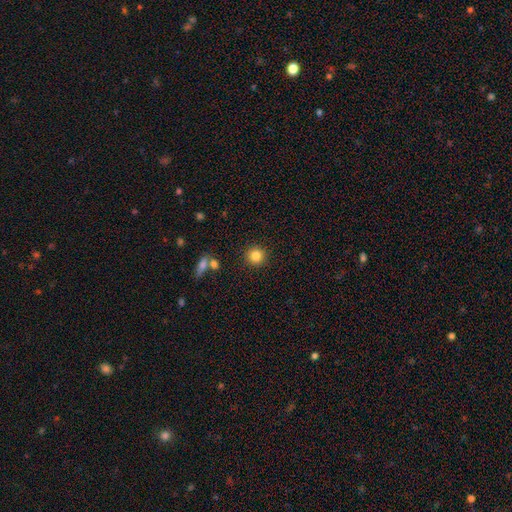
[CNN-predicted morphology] A smooth galaxy with no disk features (84%) that is round (93%).

Vote fractions:
- Smooth or featured? smooth: 84% / star or artifact: 10% / featured or disk: 5%
- How rounded? round: 93% / in between: 6% / cigar-shaped: 1%
- Merging? none: 88% / minor disturbance: 6% / merger: 3% / major disturbance: 2%